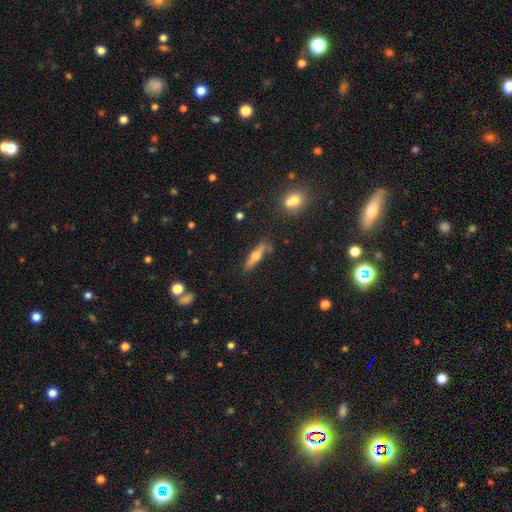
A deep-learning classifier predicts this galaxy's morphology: smooth_or_featured: featured or disk (p=0.49) [alt: smooth p=0.44]
merging: none (p=0.78) [alt: minor disturbance p=0.14]